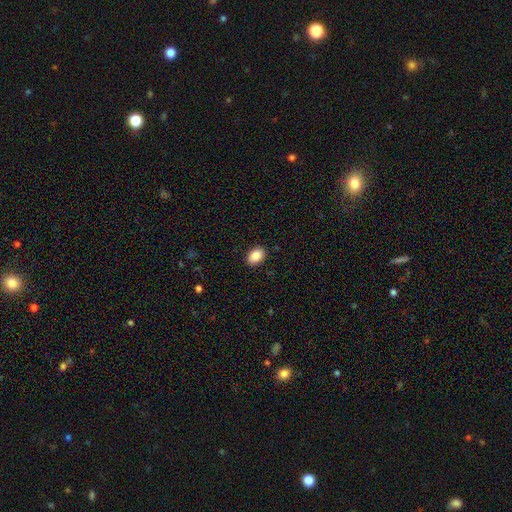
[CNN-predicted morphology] Smooth or featured: smooth — 89% (star or artifact — 8%)
How rounded: in between — 84% (round — 15%)
Merging: none — 89% (minor disturbance — 8%)